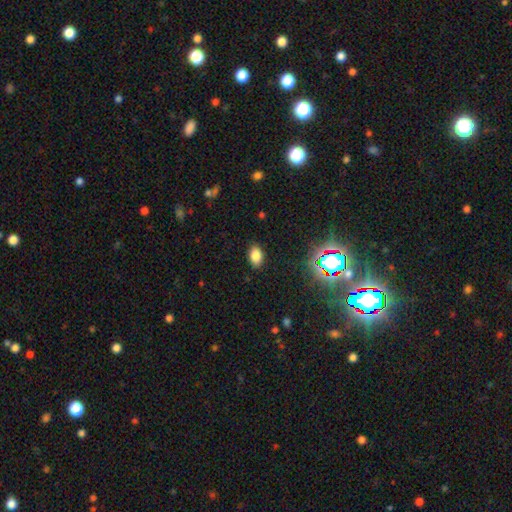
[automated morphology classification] type=smooth (80%); roundness=in between (87%); merging=none (88%).